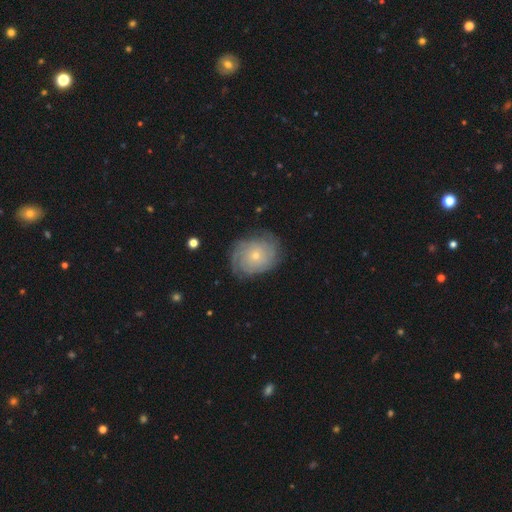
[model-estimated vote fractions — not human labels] Smooth or featured: featured or disk — 70% (smooth — 23%)
Edge-on disk: no — 97% (yes — 3%)
Bar: no — 82% (weak — 15%)
Spiral arms: yes — 91% (no — 9%)
Spiral winding: tight — 72% (medium — 21%)
Spiral arm count: can't tell — 47% (4 — 15%)
Bulge size: small — 72% (moderate — 25%)
Merging: none — 76% (minor disturbance — 16%)